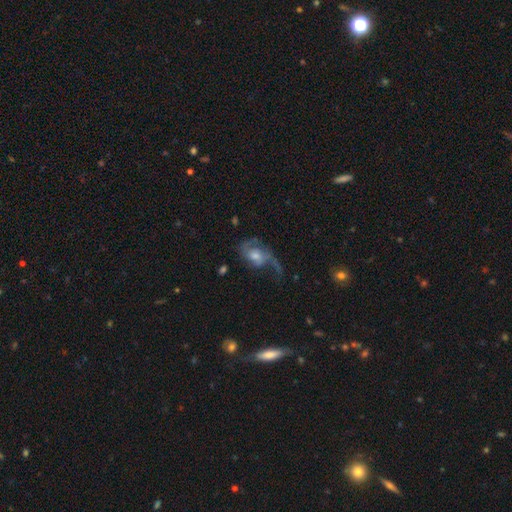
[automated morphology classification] featured or disk 75%, smooth 16%, star or artifact 9%. Down the decision tree: edge-on disk — no (96%); bar — no (66%); spiral arms — yes (89%); spiral arm count — 2 (47%); spiral winding — loose (56%); bulge size — moderate (54%); merging — major disturbance (40%).